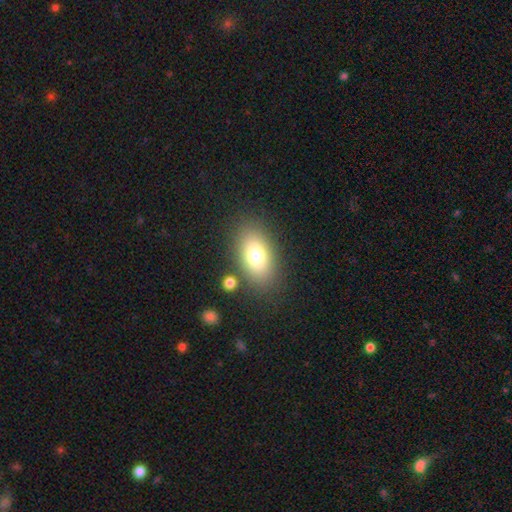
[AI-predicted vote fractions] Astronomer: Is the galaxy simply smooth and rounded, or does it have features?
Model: smooth — 77%.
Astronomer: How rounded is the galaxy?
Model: in between — 89%.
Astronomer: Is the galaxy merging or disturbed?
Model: none — 81%.